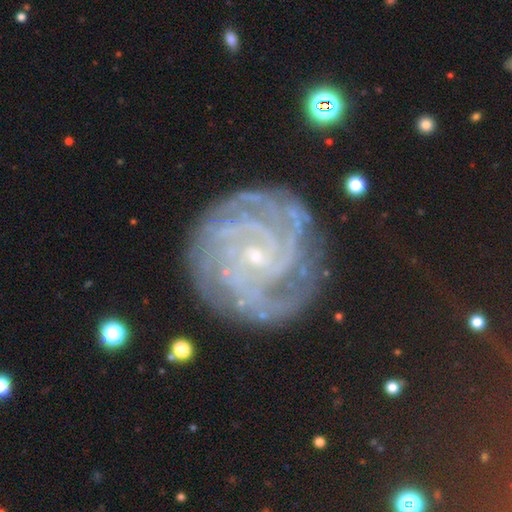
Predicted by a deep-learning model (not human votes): smooth-or-featured: featured or disk: 89% | star or artifact: 6% | smooth: 5%
  disk-edge-on: no: 98% | yes: 2%
    bar: no: 62% | weak: 30% | strong: 9%
    has-spiral-arms: yes: 98% | no: 2%
      spiral-winding: tight: 78% | medium: 19% | loose: 3%
      spiral-arm-count: 4: 24% | 3: 21% | can't tell: 20% | 2: 15% | more than 4: 12% | 1: 9%
    bulge-size: small: 83% | moderate: 11% | none: 3% | large: 1% | dominant: 1%
  merging: none: 79% | minor disturbance: 14% | major disturbance: 5% | merger: 2%